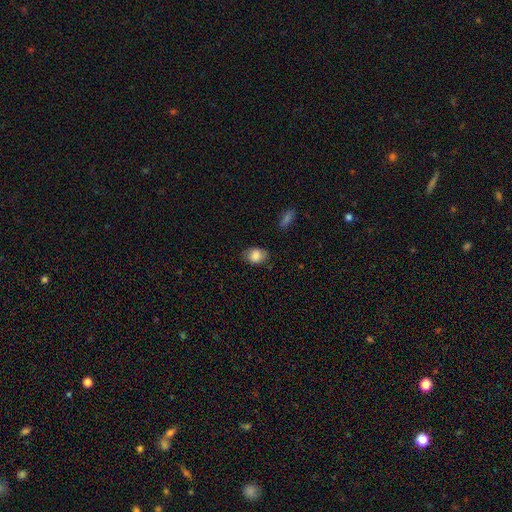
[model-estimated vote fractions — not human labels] smooth 80%, featured or disk 12%, star or artifact 8%. Down the decision tree: how rounded — in between (72%); merging — none (74%).